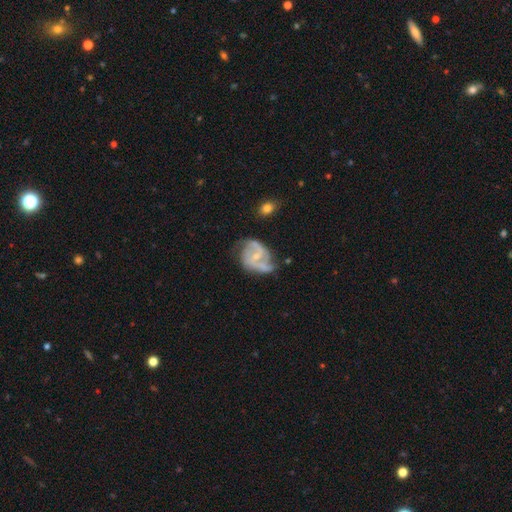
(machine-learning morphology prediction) featured or disk 83%, smooth 12%, star or artifact 5%. Down the decision tree: edge-on disk — no (98%); bar — no (47%); spiral arms — yes (93%); spiral arm count — 2 (60%); spiral winding — medium (51%); bulge size — small (64%); merging — none (51%).